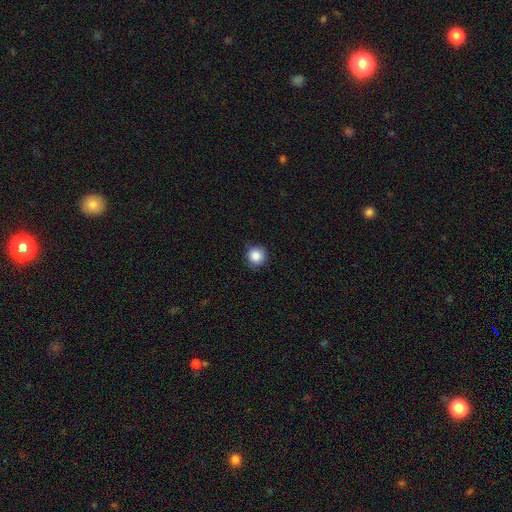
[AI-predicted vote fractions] Morphology: type=smooth (86%); roundness=round (93%); merging=none (85%).